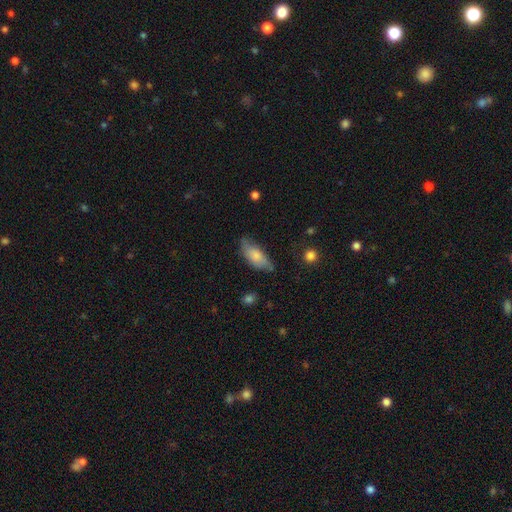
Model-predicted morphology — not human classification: This appears to be a smooth galaxy with no disk features (75%) that is in between round and cigar-shaped (81%). Merging: none (65%).